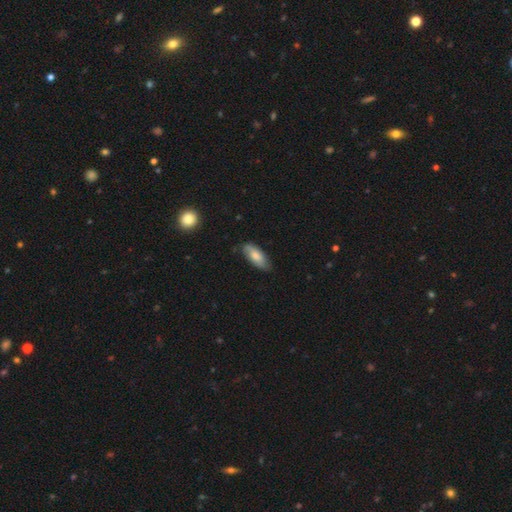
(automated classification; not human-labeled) The model was most divided on "smooth or featured": smooth: 71%, featured or disk: 23%, star or artifact: 6%. More confident: how rounded — in between (81%); merging — none (72%).